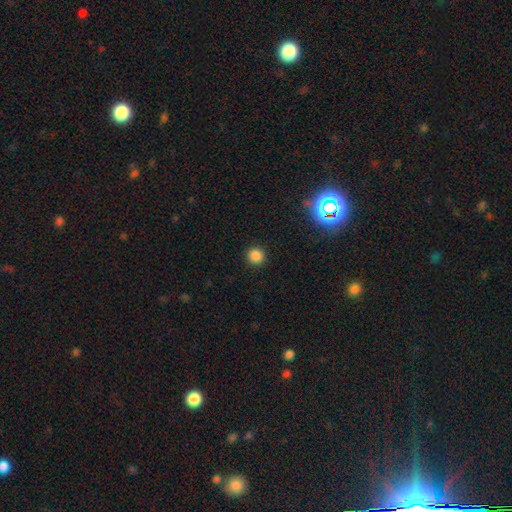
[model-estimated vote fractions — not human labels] Overall: smooth (83%). How rounded: round (92%). Merging: none (91%).